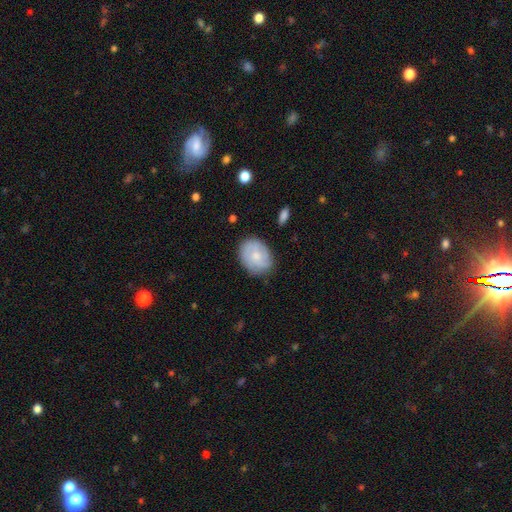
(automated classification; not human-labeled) Q: Smooth or featured?
A: smooth (55%); runner-up: featured or disk (38%)
Q: How rounded?
A: in between (63%); runner-up: round (36%)
Q: Merging?
A: none (77%); runner-up: minor disturbance (17%)